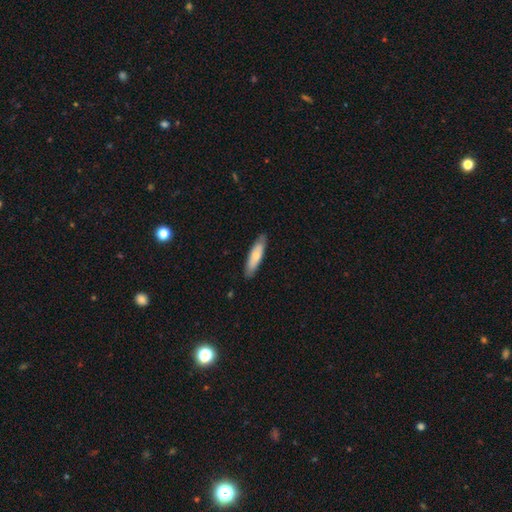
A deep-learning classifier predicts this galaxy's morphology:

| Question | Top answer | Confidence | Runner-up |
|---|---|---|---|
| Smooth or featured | smooth | 70% | featured or disk (25%) |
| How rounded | cigar-shaped | 67% | in between (32%) |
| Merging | none | 85% | minor disturbance (12%) |